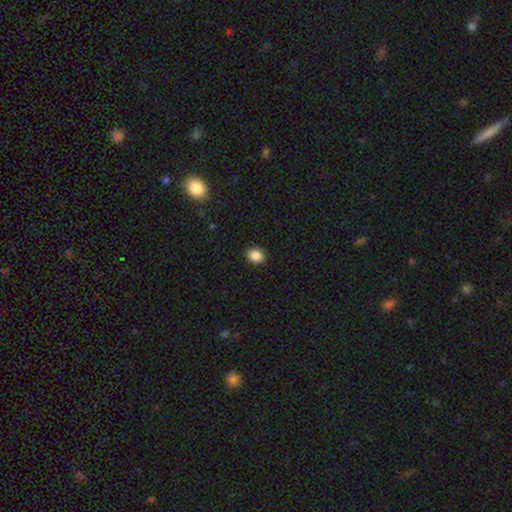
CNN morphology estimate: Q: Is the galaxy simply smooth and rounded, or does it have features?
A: smooth — 88%.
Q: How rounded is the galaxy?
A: in between — 52%.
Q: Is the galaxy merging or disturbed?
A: none — 90%.